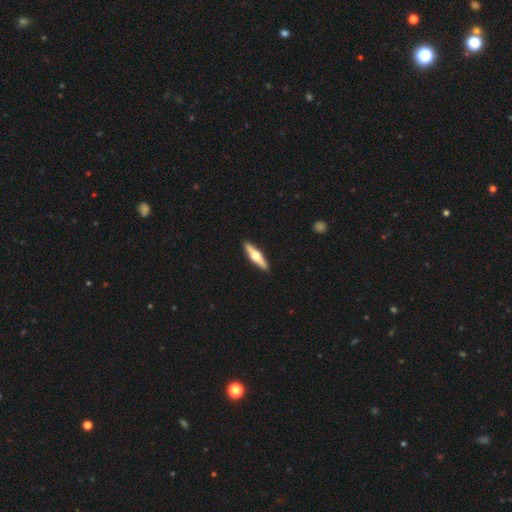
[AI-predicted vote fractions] A featured or disk galaxy (66%) viewed edge-on (96%) with a rounded central bulge (96%).

Vote fractions:
- Smooth or featured? featured or disk: 66% / smooth: 30% / star or artifact: 4%
- Edge-on disk? yes: 96% / no: 4%
- Edge-on bulge? rounded: 96% / boxy: 2% / none: 2%
- Merging? none: 92% / minor disturbance: 5% / major disturbance: 1% / merger: 1%